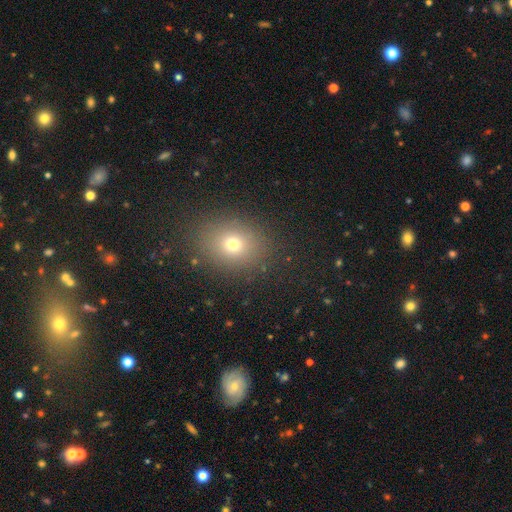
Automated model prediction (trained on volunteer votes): smooth_or_featured: smooth (p=0.66) [alt: star or artifact p=0.24]
how_rounded: round (p=0.52) [alt: in between p=0.47]
merging: none (p=0.88) [alt: minor disturbance p=0.08]